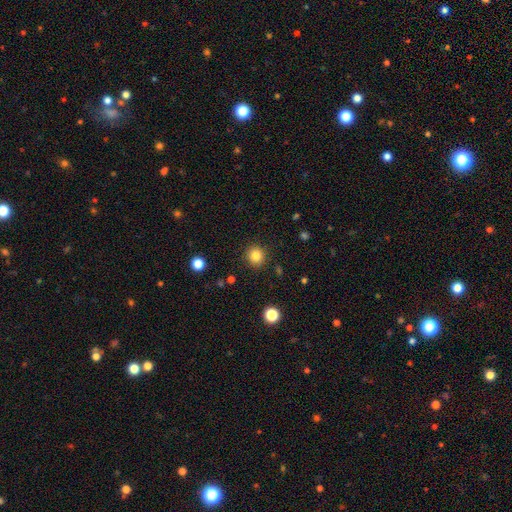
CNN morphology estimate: This appears to be a smooth galaxy with no disk features (84%) that is round (91%). Merging: none (90%).